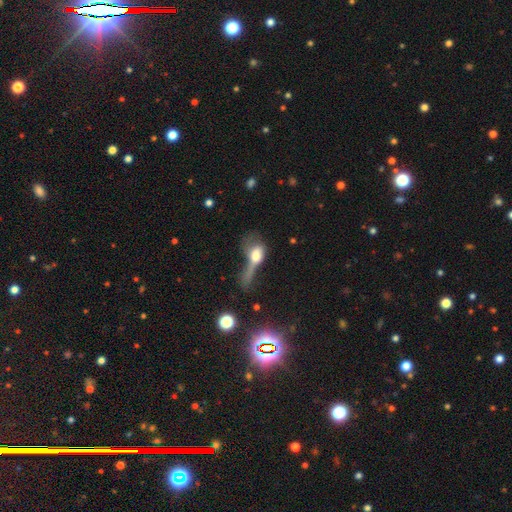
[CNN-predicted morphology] Q: Smooth or featured?
A: smooth (56%); runner-up: featured or disk (32%)
Q: How rounded?
A: in between (64%); runner-up: round (22%)
Q: Merging?
A: major disturbance (57%); runner-up: merger (19%)